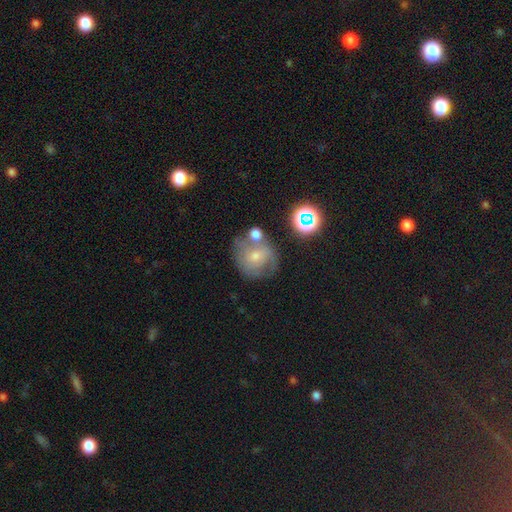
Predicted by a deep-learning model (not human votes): smooth_or_featured: featured or disk (p=0.45) [alt: smooth p=0.41]
merging: none (p=0.45) [alt: merger p=0.21]